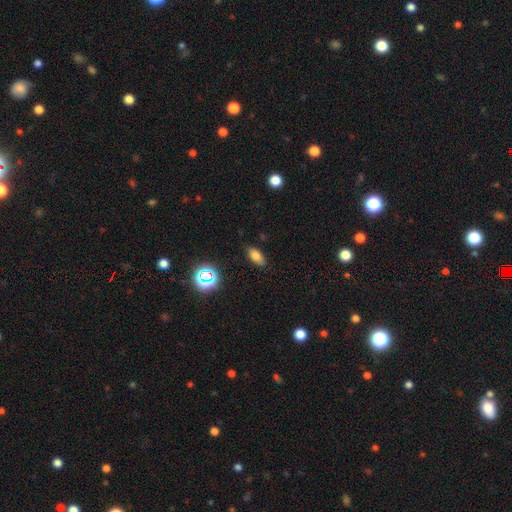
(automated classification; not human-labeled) smooth_or_featured: smooth (p=0.75) [alt: star or artifact p=0.15]
how_rounded: in between (p=0.87) [alt: cigar-shaped p=0.08]
merging: none (p=0.86) [alt: minor disturbance p=0.10]